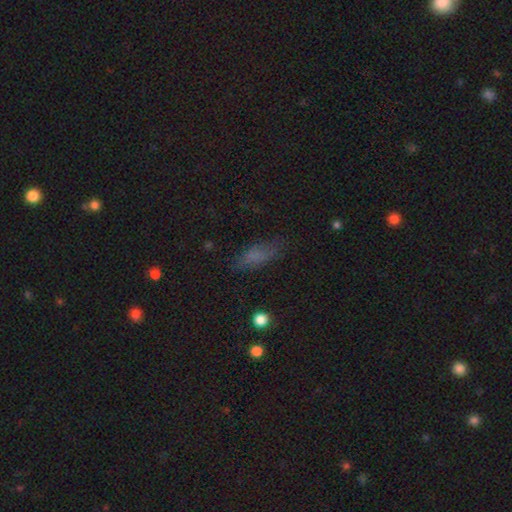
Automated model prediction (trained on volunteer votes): This is likely a smooth galaxy (68%). How rounded: likely in between (66%). Merging: likely none (71%).